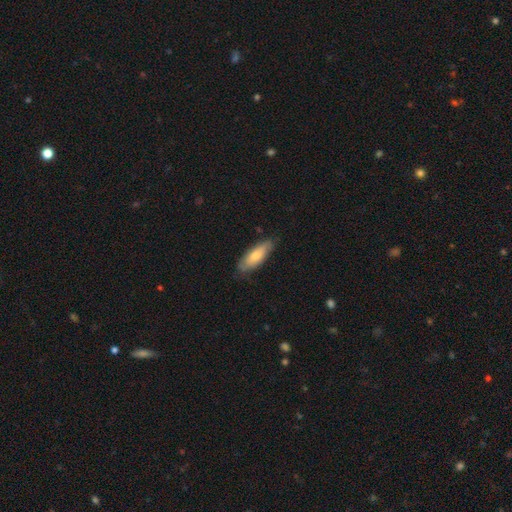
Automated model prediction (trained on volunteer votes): The model was most divided on "how rounded": in between: 63%, cigar-shaped: 35%, round: 2%. More confident: merging — none (76%); smooth or featured — smooth (70%).